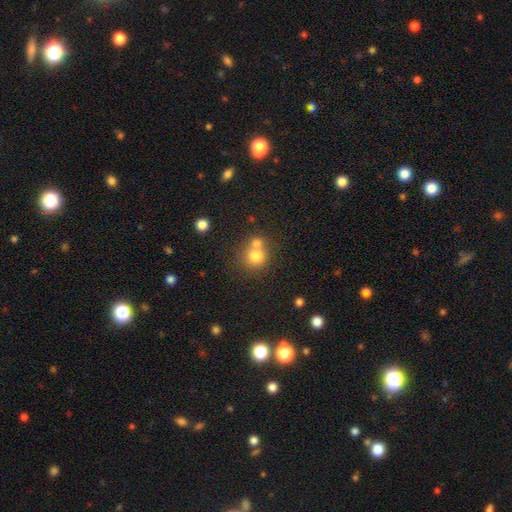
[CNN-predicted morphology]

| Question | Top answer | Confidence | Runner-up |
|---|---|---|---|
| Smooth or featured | smooth | 76% | star or artifact (12%) |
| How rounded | round | 87% | in between (12%) |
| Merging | none | 45% | tied: merger (45%) |